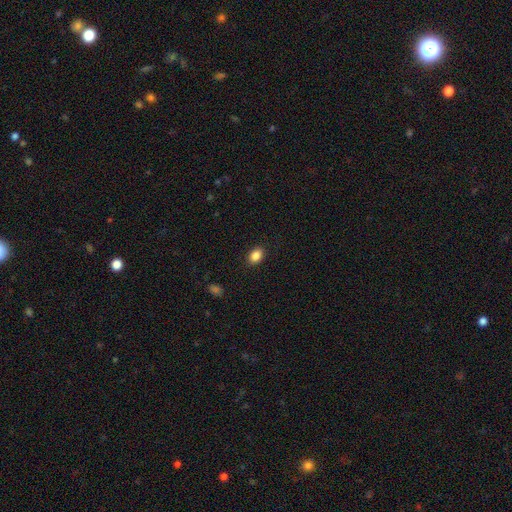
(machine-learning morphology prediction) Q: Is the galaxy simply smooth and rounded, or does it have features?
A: smooth — 87%.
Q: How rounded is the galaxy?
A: in between — 78%.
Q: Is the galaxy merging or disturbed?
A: none — 89%.